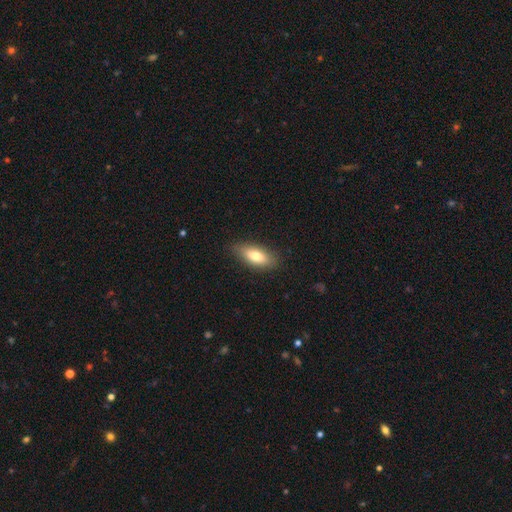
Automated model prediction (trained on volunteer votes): This appears to be a smooth galaxy with no disk features (75%) that is in between round and cigar-shaped (79%). Merging: none (85%).